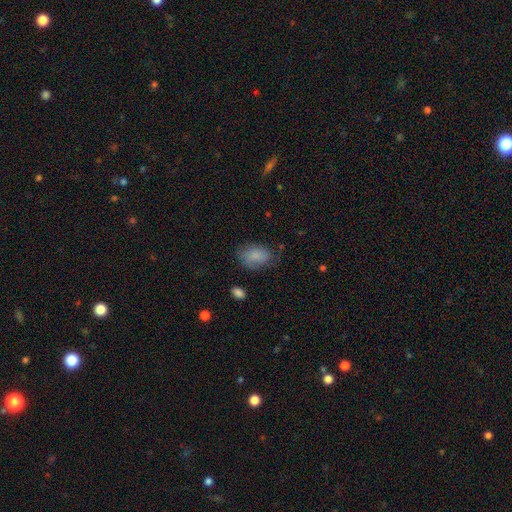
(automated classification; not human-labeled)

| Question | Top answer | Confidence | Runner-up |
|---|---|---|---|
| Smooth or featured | smooth | 83% | featured or disk (9%) |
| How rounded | in between | 83% | round (16%) |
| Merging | none | 67% | minor disturbance (24%) |